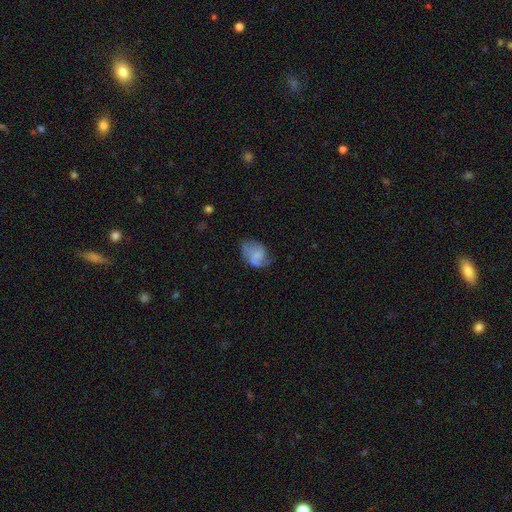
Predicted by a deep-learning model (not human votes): This appears to be a featured or disk galaxy (49%). Merging: none (41%).